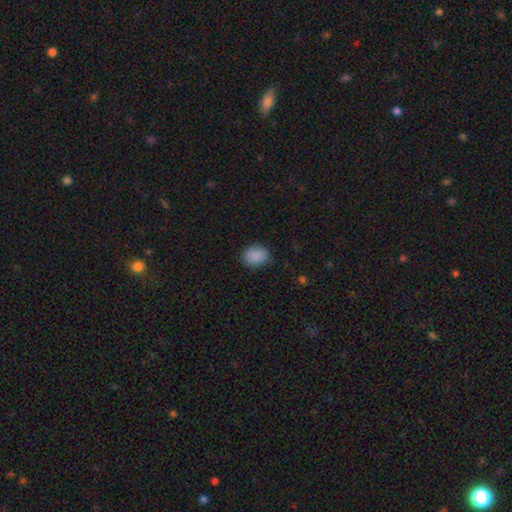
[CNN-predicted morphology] Smooth or featured? Predicted: smooth (p=0.89). How rounded? Predicted: round (p=0.53). Merging? Predicted: none (p=0.86).